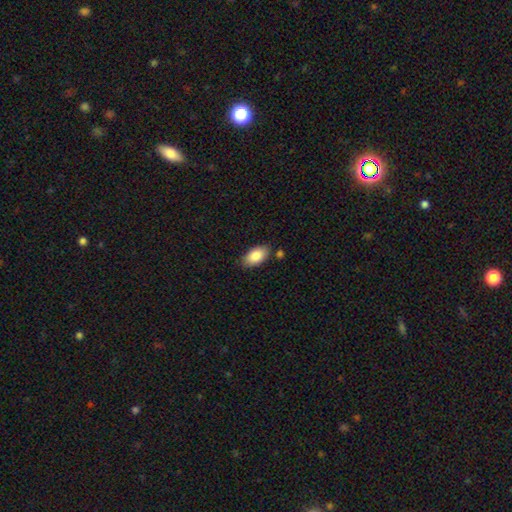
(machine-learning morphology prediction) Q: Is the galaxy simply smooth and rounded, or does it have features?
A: smooth — 86%.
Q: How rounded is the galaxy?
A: in between — 94%.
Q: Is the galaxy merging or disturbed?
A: none — 79%.